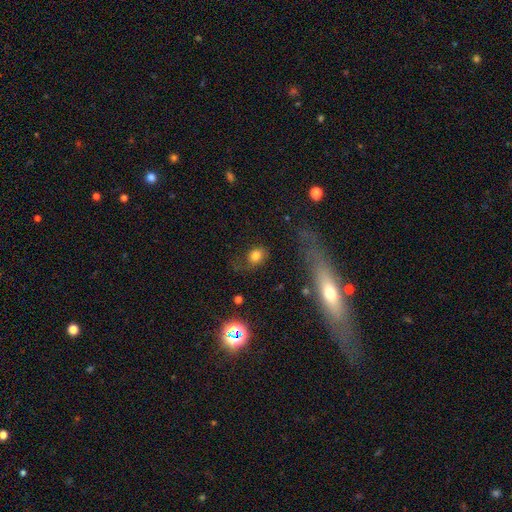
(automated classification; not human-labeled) This is likely a smooth galaxy (76%). How rounded: possibly round (51%). Merging: possibly none (58%).